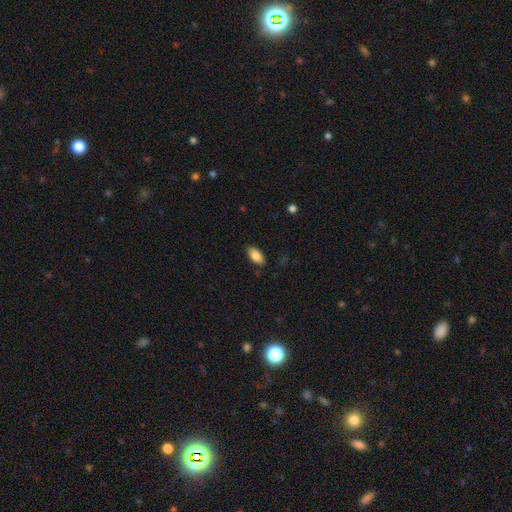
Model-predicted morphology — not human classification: The model was most divided on "smooth or featured": smooth: 84%, featured or disk: 9%, star or artifact: 7%. More confident: how rounded — in between (93%); merging — none (86%).